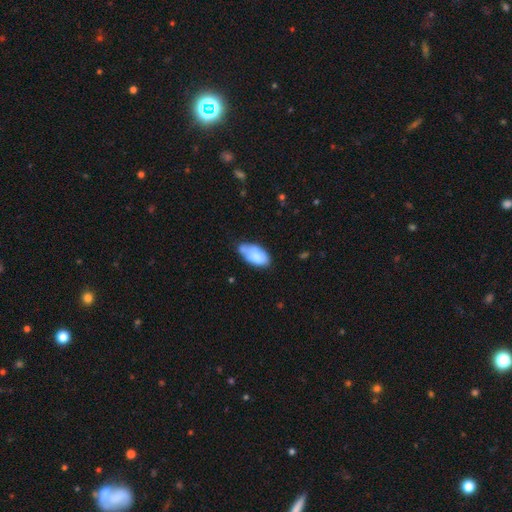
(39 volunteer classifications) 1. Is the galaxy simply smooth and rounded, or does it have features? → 82% smooth, 13% featured or disk, 5% star or artifact.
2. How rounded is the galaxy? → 97% in between, 3% cigar-shaped, 0% round.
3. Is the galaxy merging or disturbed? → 57% none, 32% minor disturbance, 5% major disturbance, 5% merger.